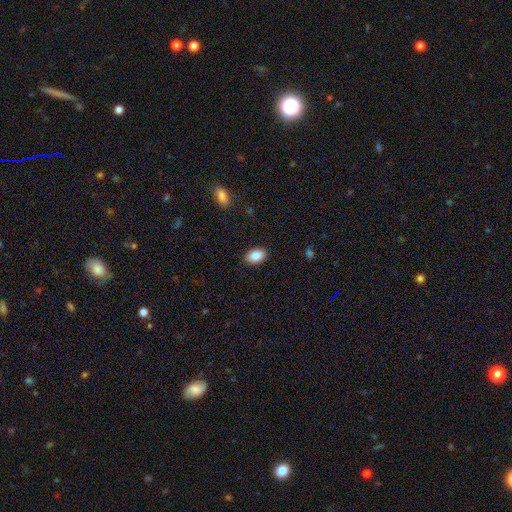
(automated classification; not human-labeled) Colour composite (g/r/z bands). It shows a smooth galaxy with no disk features (86%) that is in between round and cigar-shaped (88%). Merging: none (89%).